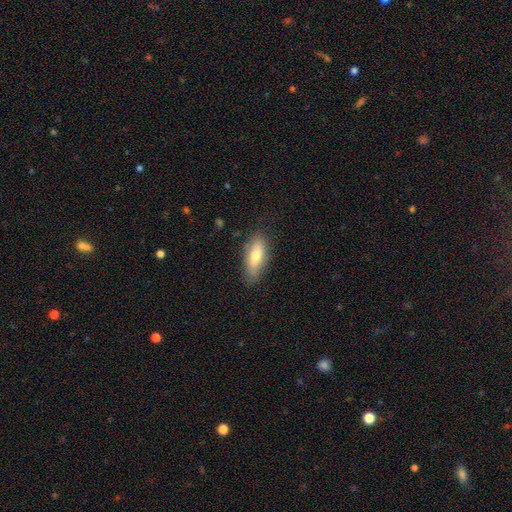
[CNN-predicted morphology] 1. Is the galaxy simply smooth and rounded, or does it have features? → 69% smooth, 24% featured or disk, 7% star or artifact.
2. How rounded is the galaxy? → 72% in between, 25% cigar-shaped, 3% round.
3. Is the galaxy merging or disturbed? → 79% none, 17% minor disturbance, 3% major disturbance, 1% merger.